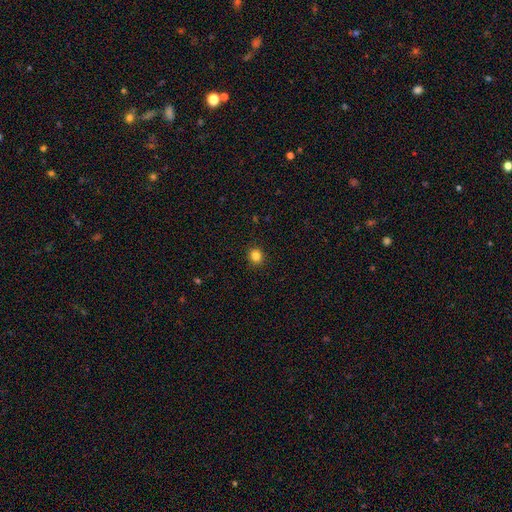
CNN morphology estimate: Smooth or featured? smooth (84%)
How rounded? round (86%)
Merging? none (92%)